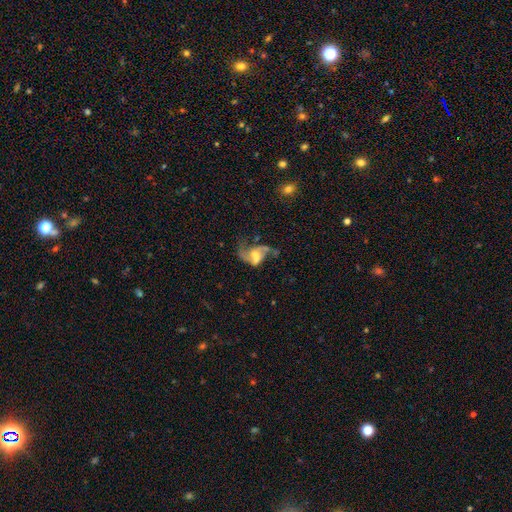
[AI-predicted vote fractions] This is likely a featured or disk galaxy (72%). It is clearly not viewed edge-on (98%). Bar: possibly no (57%). Spiral arm pattern: likely yes (76%). Spiral arm count: likely 2 (76%). Spiral winding: likely loose (67%). Central bulge: marginally moderate (40%). Merging: marginally major disturbance (29%, tied with none).